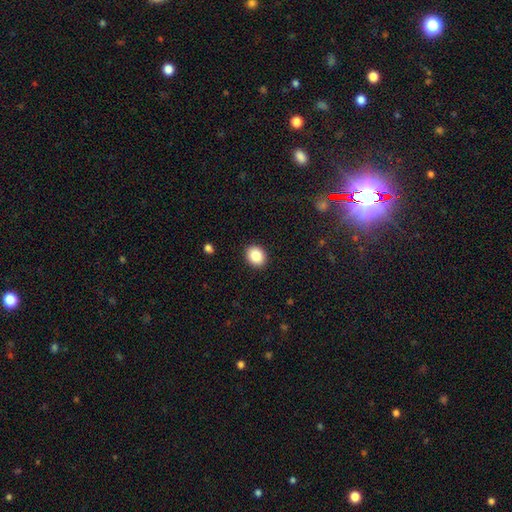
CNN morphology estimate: Overall: smooth (87%). How rounded: round (60%; in between 39%). Merging: none (91%).